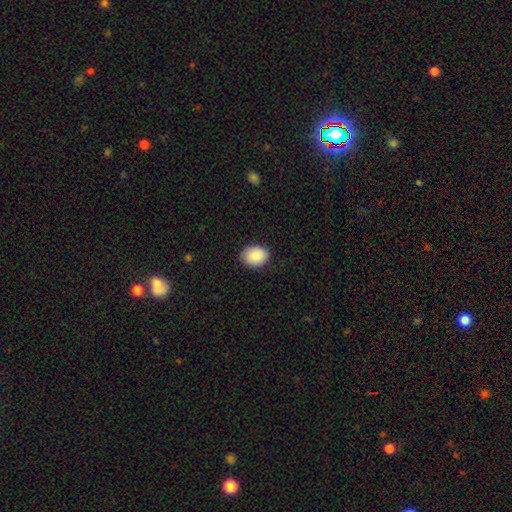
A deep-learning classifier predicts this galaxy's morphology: Smooth or featured? smooth (89%)
How rounded? in between (57%)
Merging? none (85%)